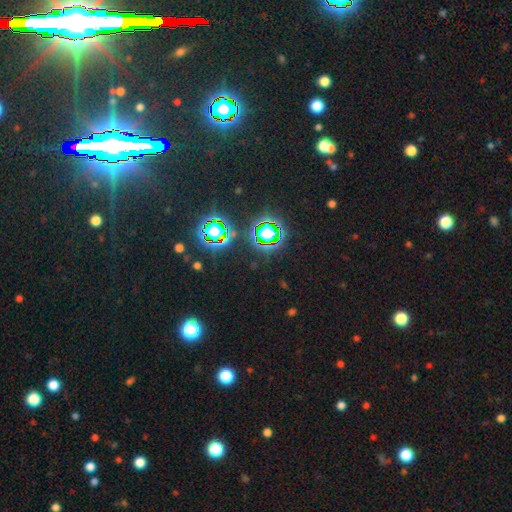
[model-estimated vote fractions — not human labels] A star or artifact, not a galaxy (83%).